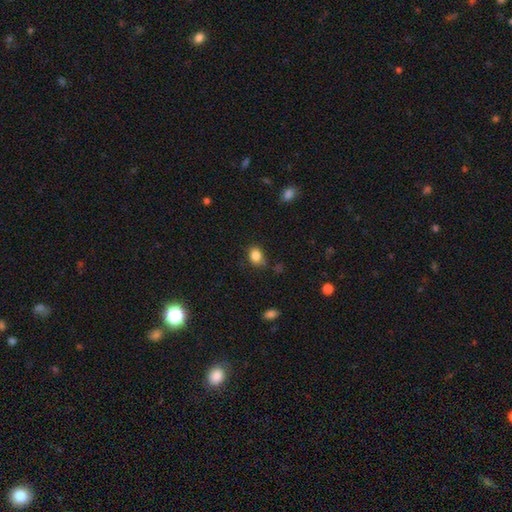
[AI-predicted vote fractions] Q: Smooth or featured?
A: smooth (84%); runner-up: star or artifact (10%)
Q: How rounded?
A: in between (64%); runner-up: round (35%)
Q: Merging?
A: none (70%); runner-up: minor disturbance (21%)